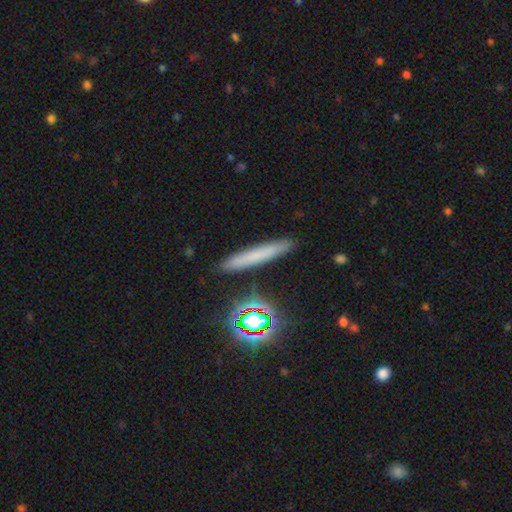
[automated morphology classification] Overall: smooth (59%; featured or disk 24%). How rounded: cigar-shaped (92%). Merging: none (89%).